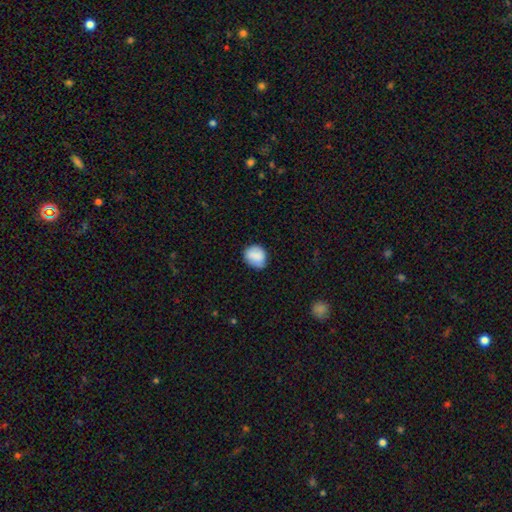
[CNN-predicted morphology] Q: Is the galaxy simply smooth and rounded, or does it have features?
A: smooth — 83%.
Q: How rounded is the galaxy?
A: round — 66%.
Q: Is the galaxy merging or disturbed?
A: none — 71%.